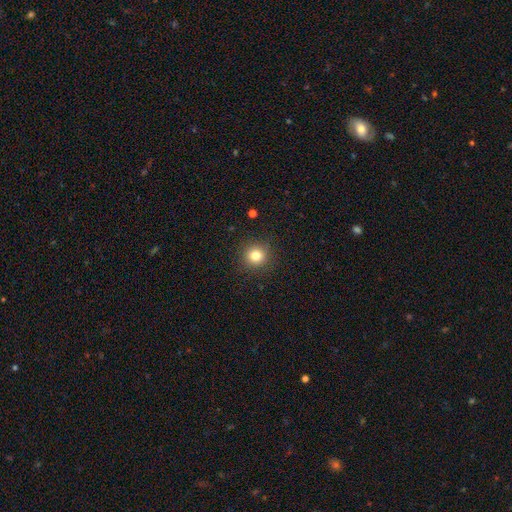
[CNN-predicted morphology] Smooth or featured?
  - smooth: 81% *
  - star or artifact: 13%
  - featured or disk: 7%
How rounded?
  - round: 93% *
  - in between: 6%
  - cigar-shaped: 1%
Merging?
  - none: 91% *
  - minor disturbance: 6%
  - major disturbance: 2%
  - merger: 1%